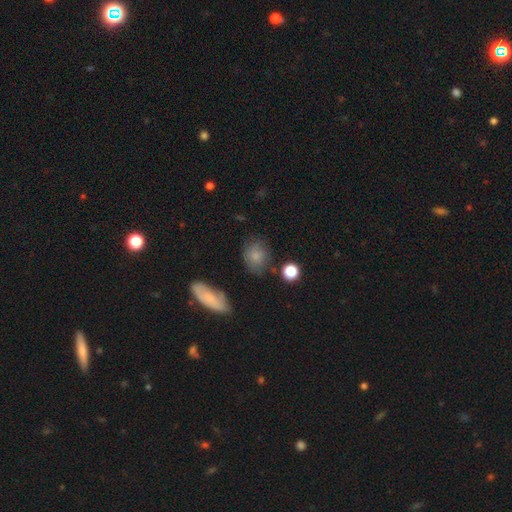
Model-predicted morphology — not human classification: A smooth galaxy with no disk features (77%) that is round (51%).

Vote fractions:
- Smooth or featured? smooth: 77% / featured or disk: 13% / star or artifact: 11%
- How rounded? round: 51% / in between: 47% / cigar-shaped: 2%
- Merging? none: 67% / minor disturbance: 21% / major disturbance: 7% / merger: 5%